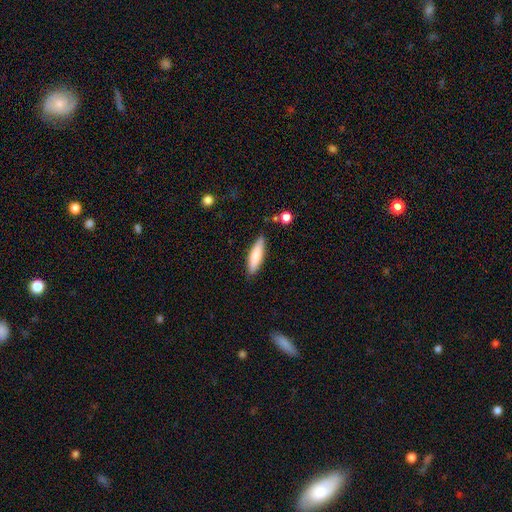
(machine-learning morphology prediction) Smooth or featured? Predicted: smooth (p=0.77). How rounded? Predicted: cigar-shaped (p=0.64). Merging? Predicted: none (p=0.85).